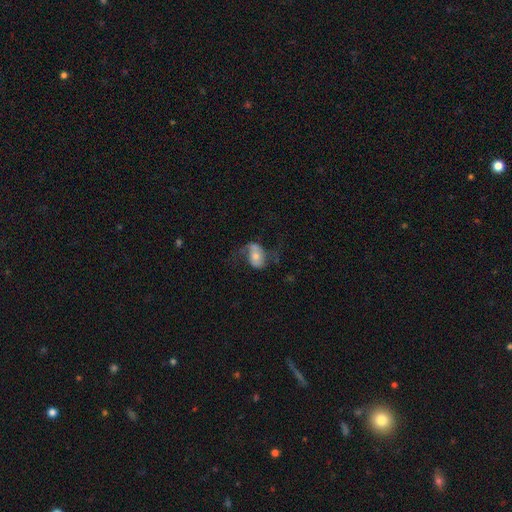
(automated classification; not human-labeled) The model was most divided on "bulge size": moderate: 51%, small: 38%, large: 6%, none: 2%, dominant: 2%. More confident: edge-on disk — no (95%); spiral arms — yes (79%); smooth or featured — featured or disk (60%); bar — no (55%); merging — none (52%).